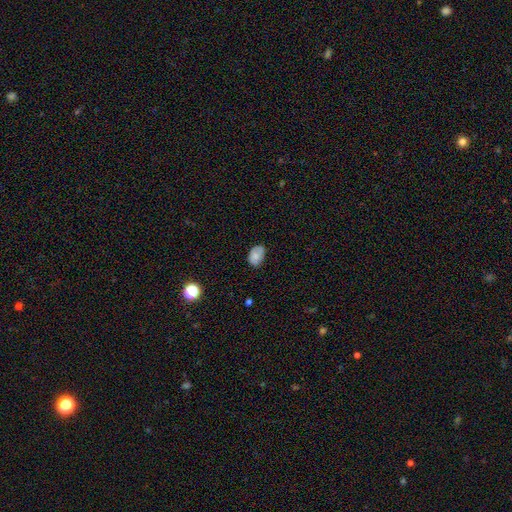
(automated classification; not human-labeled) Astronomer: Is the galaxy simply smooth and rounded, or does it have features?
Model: smooth — 79%.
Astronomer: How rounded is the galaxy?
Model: in between — 82%.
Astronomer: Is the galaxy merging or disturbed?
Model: none — 65%.